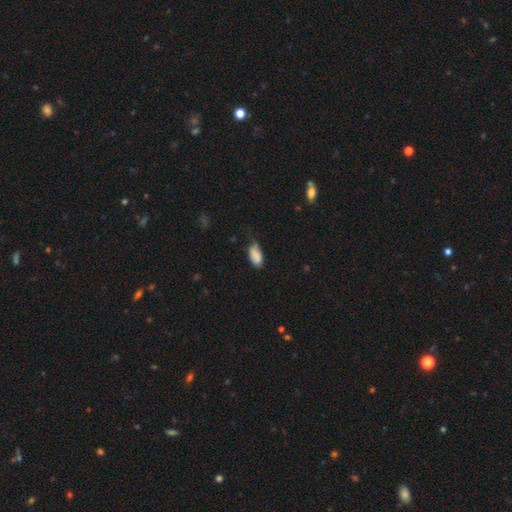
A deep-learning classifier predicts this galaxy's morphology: Q: Smooth or featured?
A: smooth (87%); runner-up: star or artifact (7%)
Q: How rounded?
A: in between (93%); runner-up: cigar-shaped (4%)
Q: Merging?
A: none (52%); runner-up: minor disturbance (38%)